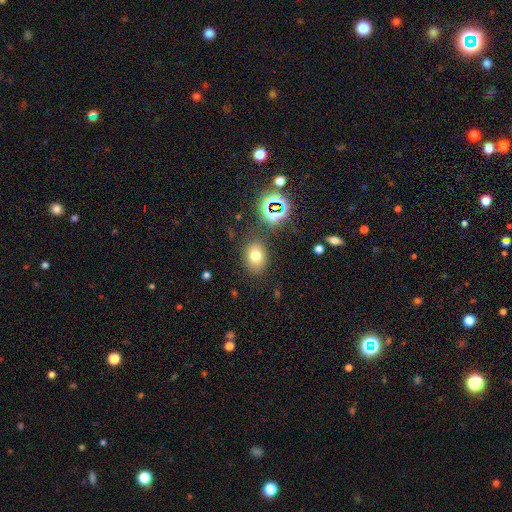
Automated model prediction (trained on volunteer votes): smooth_or_featured: smooth (p=0.70) [alt: star or artifact p=0.18]
how_rounded: in between (p=0.59) [alt: round p=0.40]
merging: none (p=0.82) [alt: minor disturbance p=0.11]